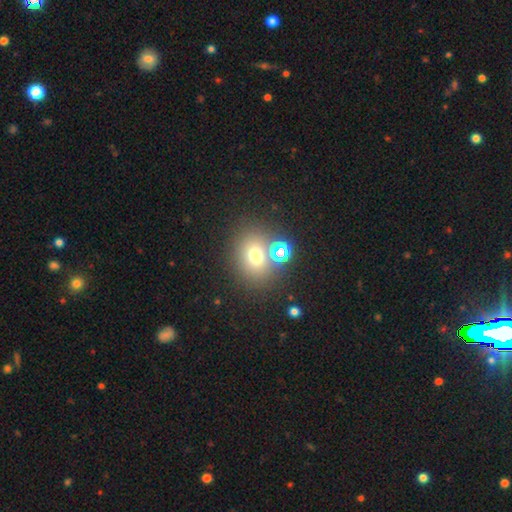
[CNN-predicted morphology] Overall: smooth (67%). How rounded: round (61%; in between 38%). Merging: none (70%).